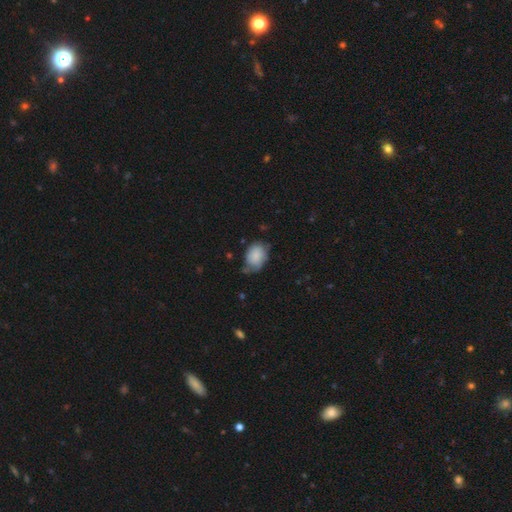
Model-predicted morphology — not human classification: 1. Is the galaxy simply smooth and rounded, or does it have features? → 78% smooth, 15% featured or disk, 7% star or artifact.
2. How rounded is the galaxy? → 71% in between, 28% round, 1% cigar-shaped.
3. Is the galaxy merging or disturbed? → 46% none, 39% minor disturbance, 12% major disturbance, 4% merger.